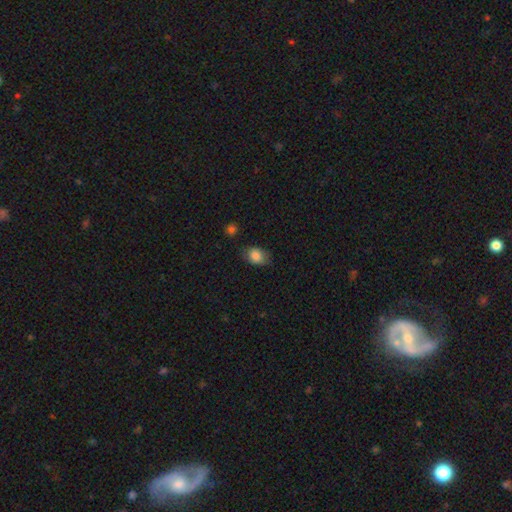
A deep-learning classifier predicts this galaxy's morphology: Smooth or featured: smooth — 85% (star or artifact — 8%)
How rounded: in between — 73% (round — 26%)
Merging: none — 71% (minor disturbance — 22%)